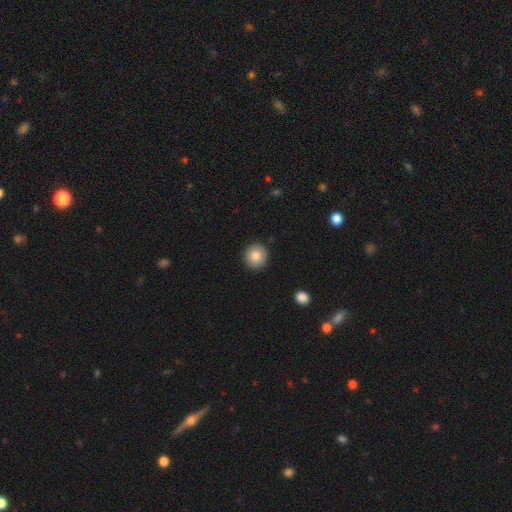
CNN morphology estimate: This appears to be a smooth galaxy with no disk features (83%) that is round (94%). Merging: none (92%).